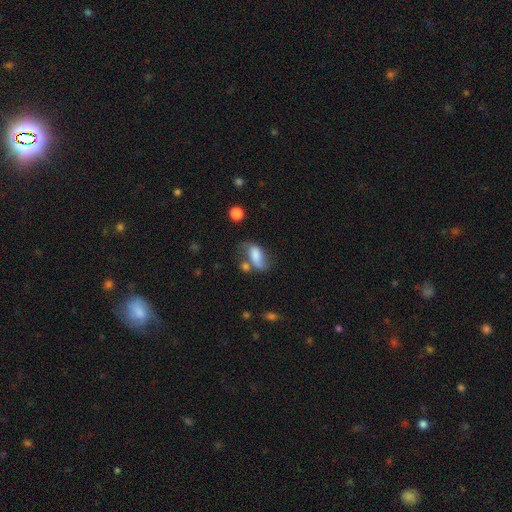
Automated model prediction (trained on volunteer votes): smooth-or-featured: smooth: 61% | featured or disk: 29% | star or artifact: 10%
  how-rounded: in between: 88% | round: 6% | cigar-shaped: 6%
  merging: none: 36% | minor disturbance: 26% | merger: 19% | major disturbance: 19%